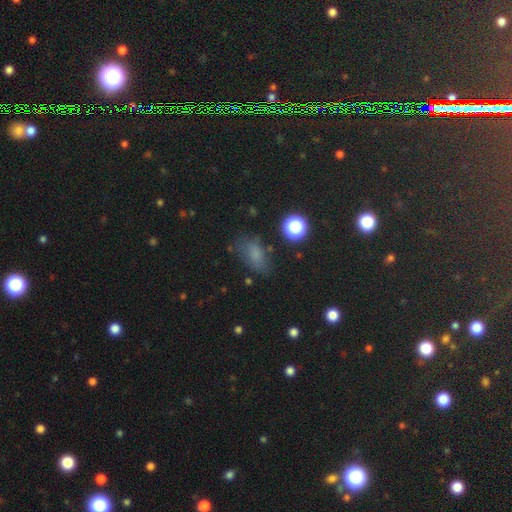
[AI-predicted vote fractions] smooth-or-featured: smooth: 69% | star or artifact: 20% | featured or disk: 11%
  how-rounded: in between: 82% | round: 12% | cigar-shaped: 6%
  merging: none: 64% | minor disturbance: 23% | major disturbance: 10% | merger: 3%